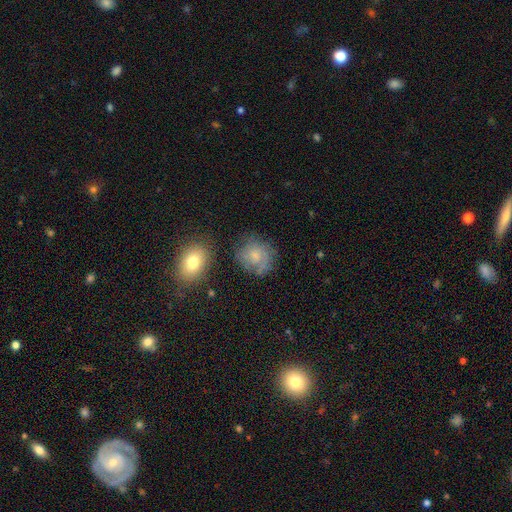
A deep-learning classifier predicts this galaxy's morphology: A smooth galaxy with no disk features (56%) that is round (73%). Merging: none (62%).